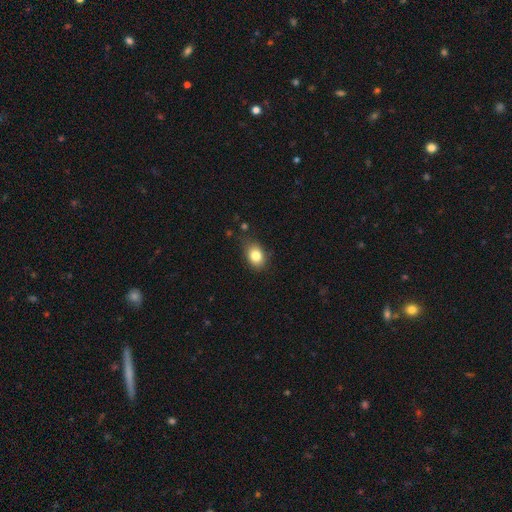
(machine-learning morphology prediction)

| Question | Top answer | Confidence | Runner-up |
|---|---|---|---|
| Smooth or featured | smooth | 82% | star or artifact (10%) |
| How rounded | in between | 68% | round (30%) |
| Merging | none | 72% | minor disturbance (22%) |